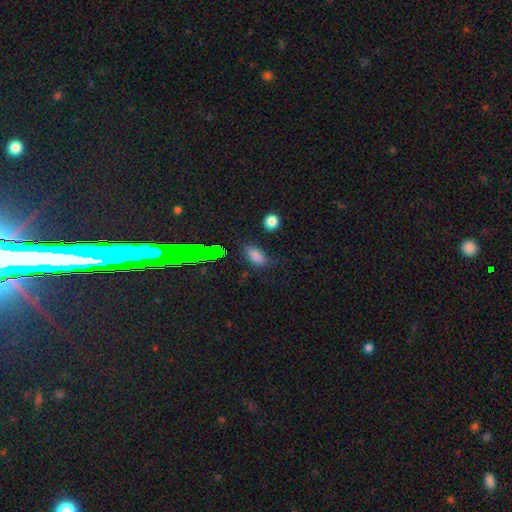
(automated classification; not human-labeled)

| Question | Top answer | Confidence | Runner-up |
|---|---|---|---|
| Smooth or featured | smooth | 77% | star or artifact (15%) |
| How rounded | in between | 85% | cigar-shaped (8%) |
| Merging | none | 69% | minor disturbance (20%) |